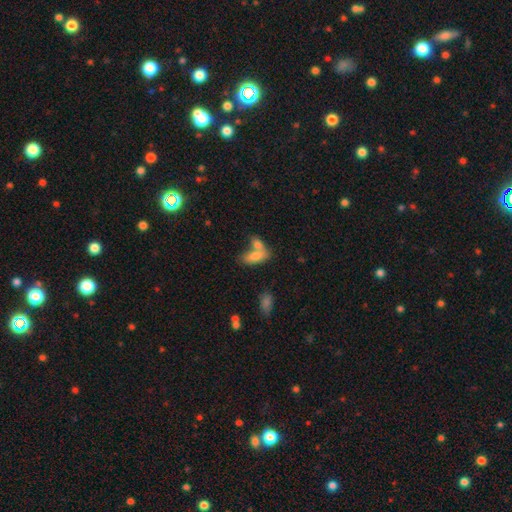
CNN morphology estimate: A smooth galaxy with no disk features (78%) that is in between round and cigar-shaped (82%). Merging: merger (52%).